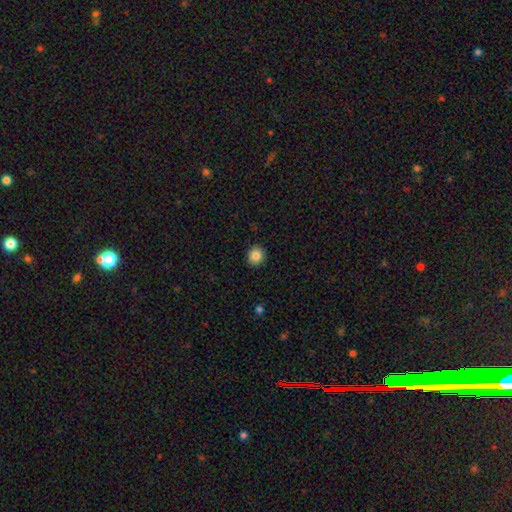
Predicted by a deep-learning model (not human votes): Smooth or featured?
  - smooth: 85% *
  - star or artifact: 9%
  - featured or disk: 6%
How rounded?
  - round: 88% *
  - in between: 11%
  - cigar-shaped: 1%
Merging?
  - none: 92% *
  - minor disturbance: 6%
  - major disturbance: 2%
  - merger: 1%